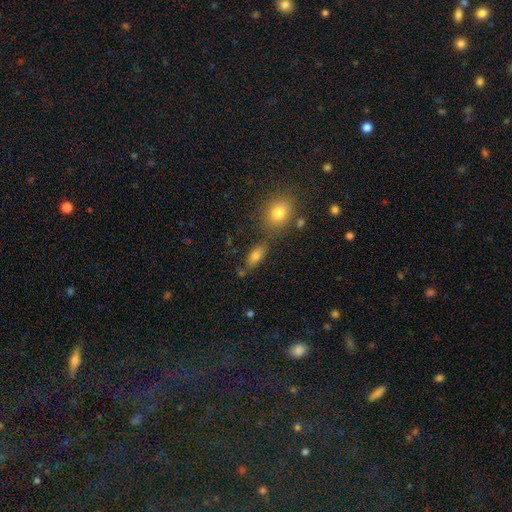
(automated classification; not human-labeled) Q: Smooth or featured?
A: smooth (77%); runner-up: featured or disk (12%)
Q: How rounded?
A: in between (82%); runner-up: cigar-shaped (10%)
Q: Merging?
A: none (66%); runner-up: merger (15%)